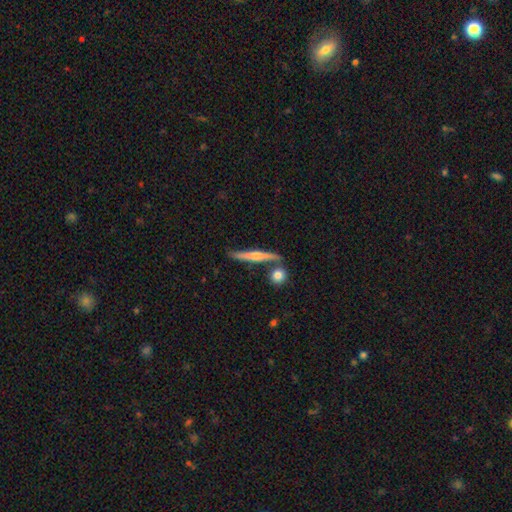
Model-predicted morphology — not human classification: This is possibly a featured or disk galaxy (54%). It is clearly viewed edge-on (94%). Edge-on bulge: likely rounded (65%). Merging: likely none (74%).